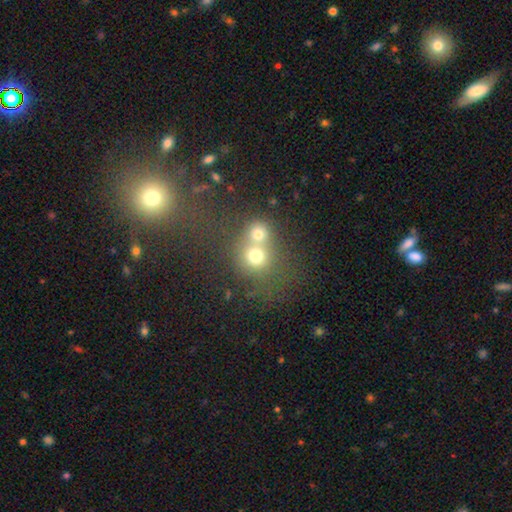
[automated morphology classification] Smooth or featured? Predicted: smooth (p=0.68). How rounded? Predicted: round (p=0.82). Merging? Predicted: merger (p=0.59).